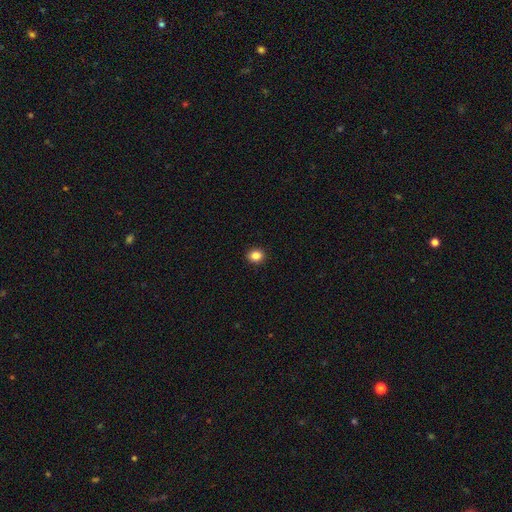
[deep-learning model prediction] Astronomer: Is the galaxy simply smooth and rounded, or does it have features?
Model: smooth — 85%.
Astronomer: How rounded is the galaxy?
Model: round — 74%.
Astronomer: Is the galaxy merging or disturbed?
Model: none — 92%.